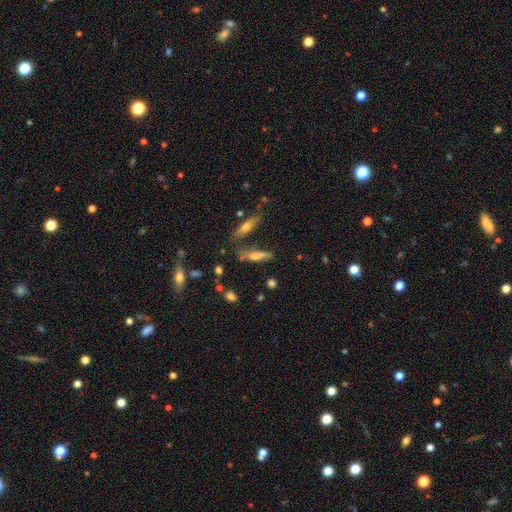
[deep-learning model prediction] smooth 59%, featured or disk 30%, star or artifact 10%. Down the decision tree: how rounded — cigar-shaped (68%); merging — none (51%).